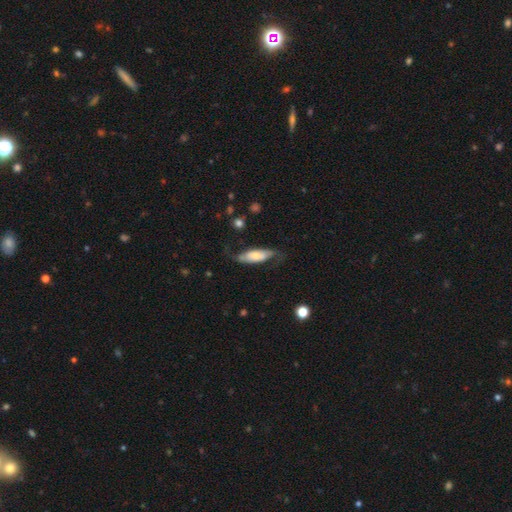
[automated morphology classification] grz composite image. It shows a featured or disk galaxy (48%). Merging: none (62%).